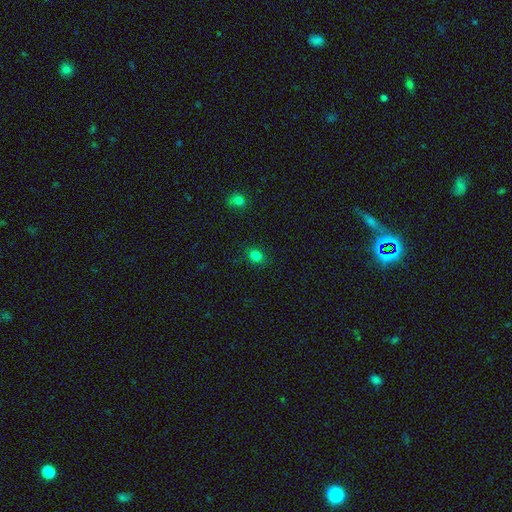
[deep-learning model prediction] Overall: smooth (80%). How rounded: round (61%; in between 38%). Merging: none (84%).